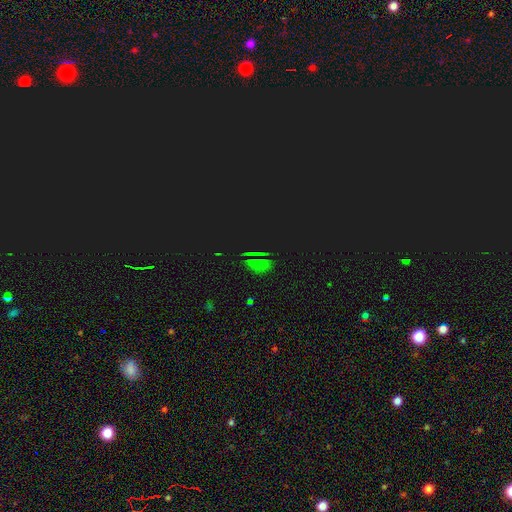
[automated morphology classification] Smooth or featured: star or artifact — 69% (smooth — 24%)